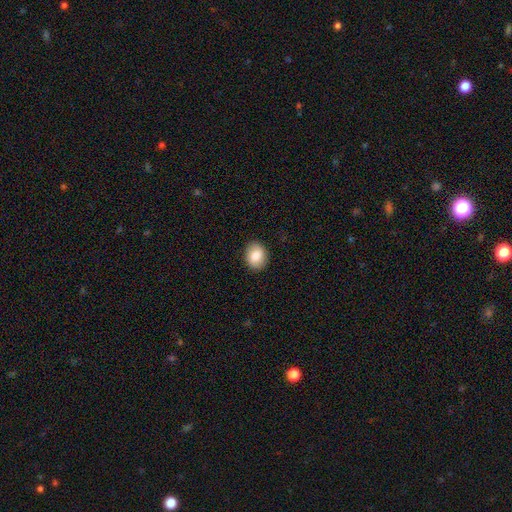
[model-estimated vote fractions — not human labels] Smooth or featured? Predicted: smooth (p=0.84). How rounded? Predicted: in between (p=0.52). Merging? Predicted: none (p=0.89).